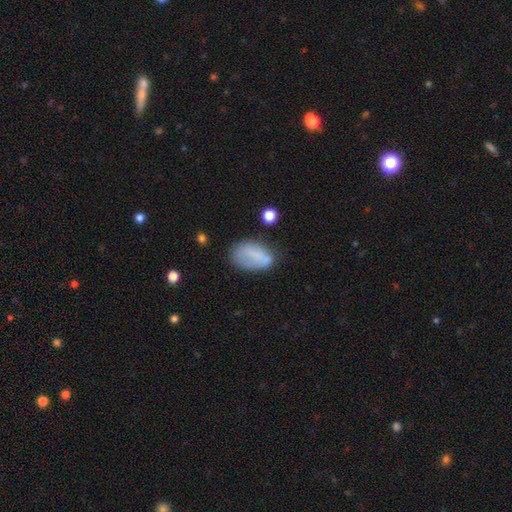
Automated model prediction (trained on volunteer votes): Smooth or featured?
  - smooth: 69% *
  - featured or disk: 21%
  - star or artifact: 10%
How rounded?
  - in between: 90% *
  - round: 7%
  - cigar-shaped: 3%
Merging?
  - none: 51% *
  - minor disturbance: 29%
  - major disturbance: 14%
  - merger: 7%